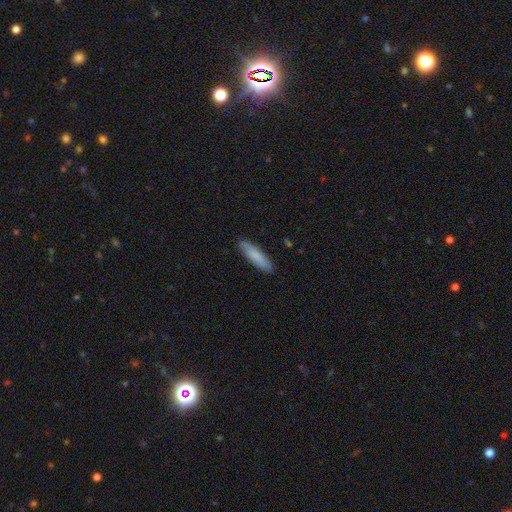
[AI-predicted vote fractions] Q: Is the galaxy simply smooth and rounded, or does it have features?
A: smooth — 78%.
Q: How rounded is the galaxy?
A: cigar-shaped — 74%.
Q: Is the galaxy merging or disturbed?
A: none — 85%.